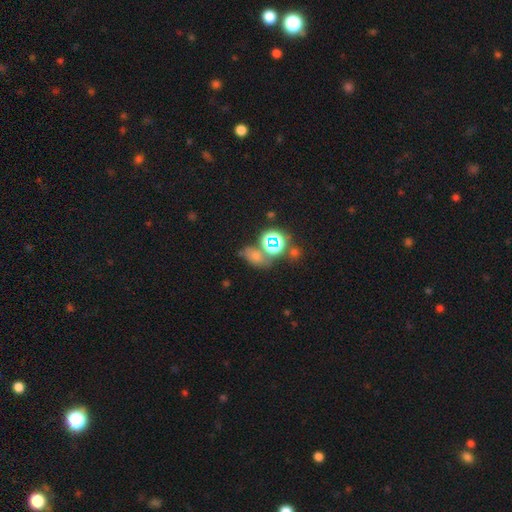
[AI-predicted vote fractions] Q: Smooth or featured?
A: smooth (55%); runner-up: star or artifact (33%)
Q: How rounded?
A: in between (70%); runner-up: round (27%)
Q: Merging?
A: none (54%); runner-up: merger (21%)